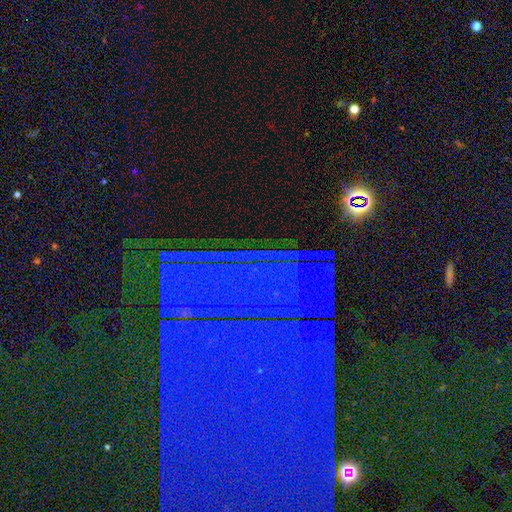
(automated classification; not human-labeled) The model was most divided on "smooth or featured": star or artifact: 84%, featured or disk: 8%, smooth: 8%.